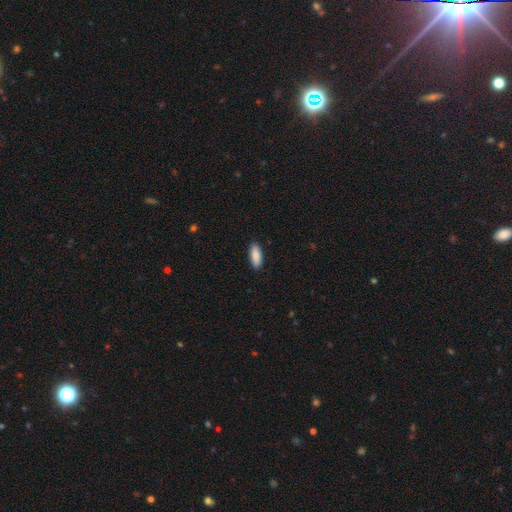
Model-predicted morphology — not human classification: Smooth or featured: smooth — 89% (star or artifact — 6%)
How rounded: in between — 78% (cigar-shaped — 21%)
Merging: none — 90% (minor disturbance — 7%)